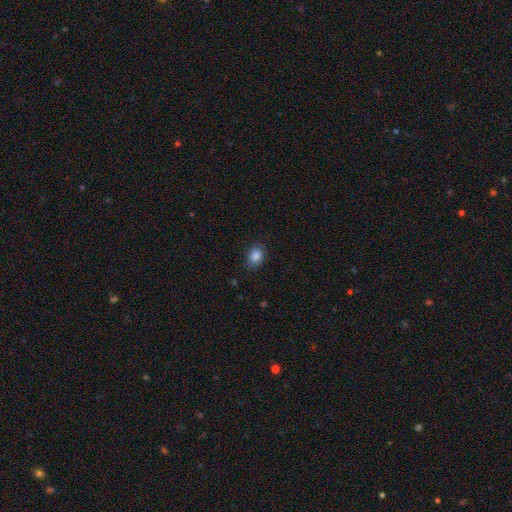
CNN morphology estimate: smooth-or-featured: smooth: 86% | star or artifact: 9% | featured or disk: 5%
  how-rounded: in between: 63% | round: 36% | cigar-shaped: 1%
  merging: none: 76% | minor disturbance: 18% | major disturbance: 4% | merger: 1%